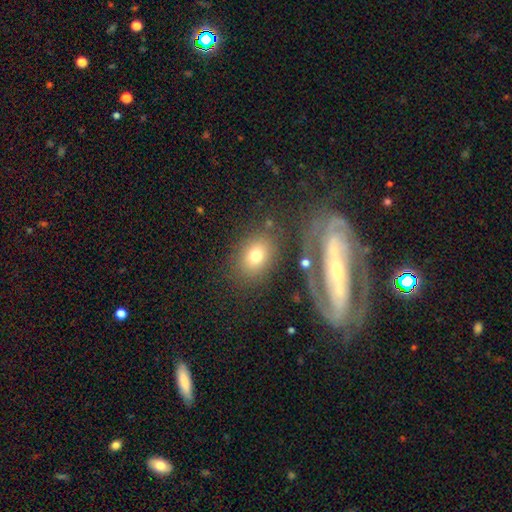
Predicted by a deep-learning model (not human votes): Morphology: type=smooth (71%); roundness=in between (62%); merging=none (71%).